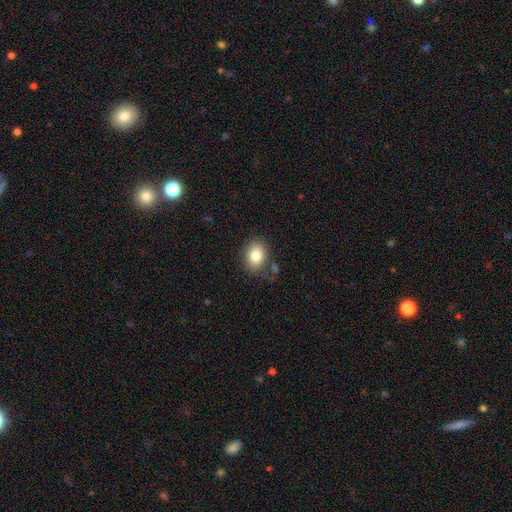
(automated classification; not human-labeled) Q: Smooth or featured?
A: smooth (83%); runner-up: star or artifact (9%)
Q: How rounded?
A: in between (64%); runner-up: round (35%)
Q: Merging?
A: none (78%); runner-up: minor disturbance (14%)